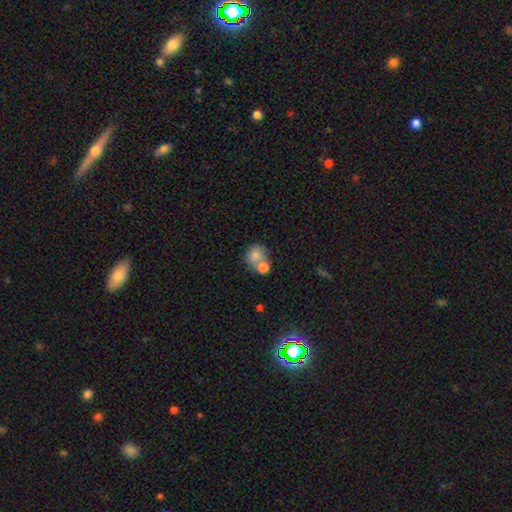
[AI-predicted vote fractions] smooth_or_featured: smooth (p=0.79) [alt: featured or disk p=0.11]
how_rounded: round (p=0.68) [alt: in between p=0.31]
merging: merger (p=0.42) [alt: none p=0.41]